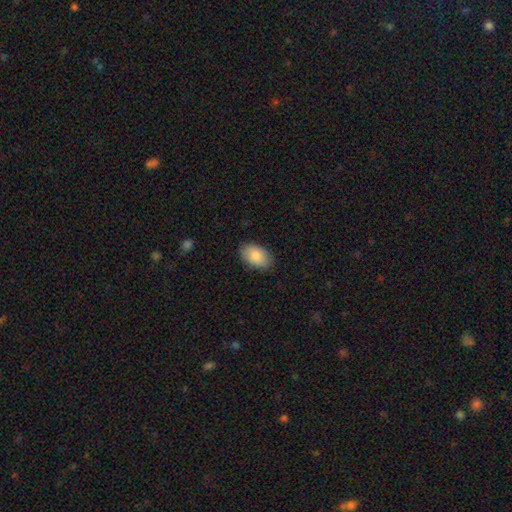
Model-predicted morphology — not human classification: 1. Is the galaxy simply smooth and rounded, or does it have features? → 85% smooth, 9% featured or disk, 6% star or artifact.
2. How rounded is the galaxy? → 91% in between, 8% round, 1% cigar-shaped.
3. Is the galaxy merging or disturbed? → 87% none, 10% minor disturbance, 2% major disturbance, 1% merger.